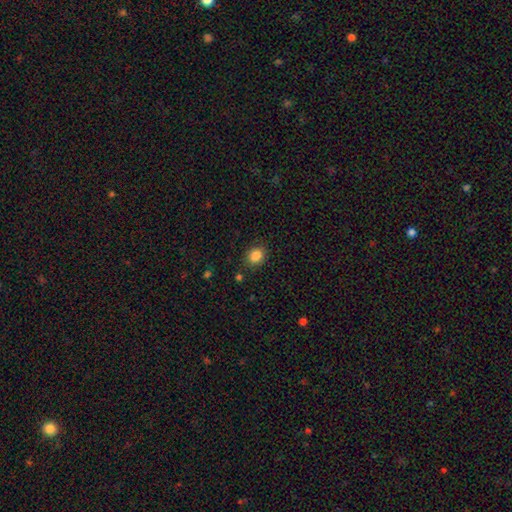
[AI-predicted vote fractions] A smooth galaxy with no disk features (86%) that is round (64%). Merging: none (85%).